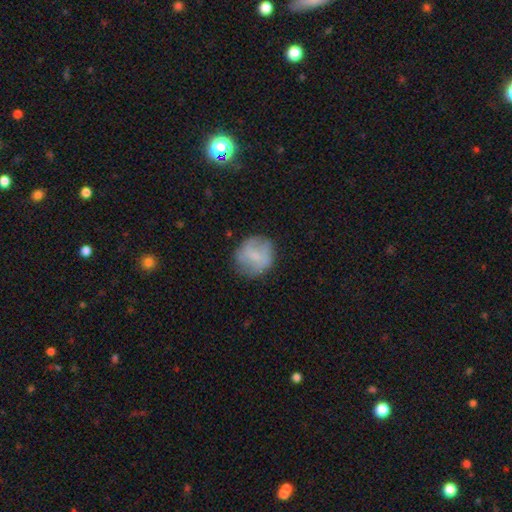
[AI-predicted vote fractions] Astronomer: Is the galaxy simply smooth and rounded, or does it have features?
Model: smooth — 63%.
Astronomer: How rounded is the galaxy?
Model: round — 87%.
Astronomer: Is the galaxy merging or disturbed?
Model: none — 75%.